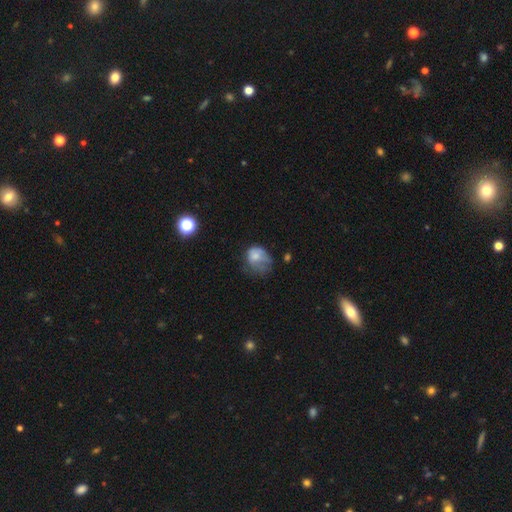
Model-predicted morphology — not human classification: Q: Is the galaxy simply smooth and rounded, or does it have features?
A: smooth — 66%.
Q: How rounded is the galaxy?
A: round — 51%.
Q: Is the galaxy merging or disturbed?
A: major disturbance — 39%.